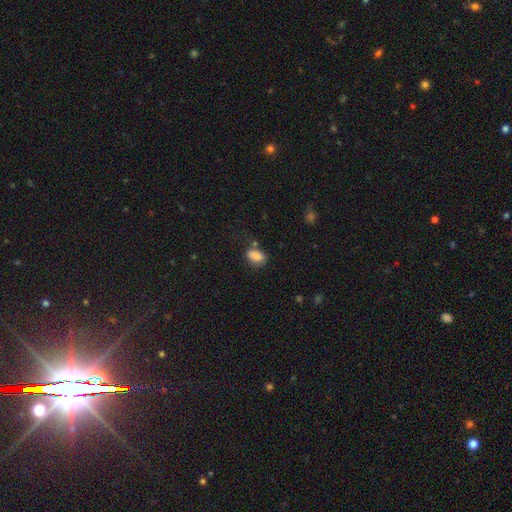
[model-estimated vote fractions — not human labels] Smooth or featured? smooth (84%)
How rounded? in between (85%)
Merging? none (63%)